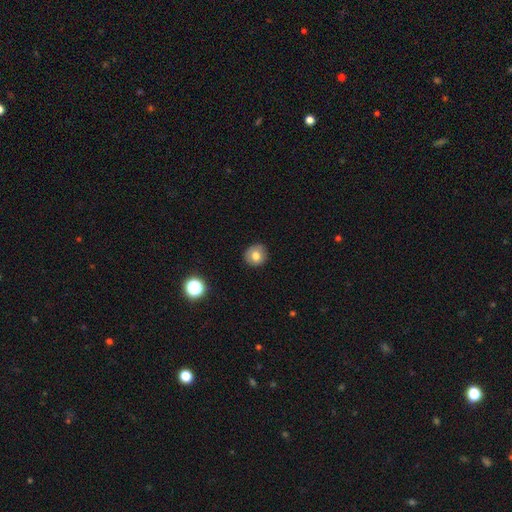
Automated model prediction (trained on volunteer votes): Morphology: type=smooth (77%); roundness=round (90%); merging=none (89%).